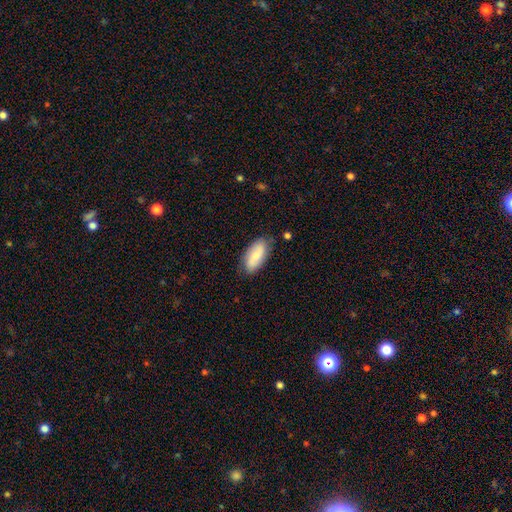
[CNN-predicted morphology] This appears to be a smooth galaxy with no disk features (69%) that is in between round and cigar-shaped (90%). Merging: none (80%).